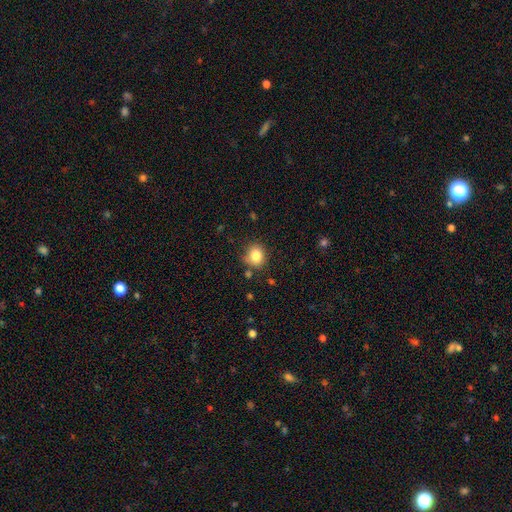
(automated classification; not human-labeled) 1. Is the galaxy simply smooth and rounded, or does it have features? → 83% smooth, 11% star or artifact, 7% featured or disk.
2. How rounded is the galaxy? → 78% round, 21% in between, 1% cigar-shaped.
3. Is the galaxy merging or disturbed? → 75% none, 16% minor disturbance, 4% merger, 4% major disturbance.